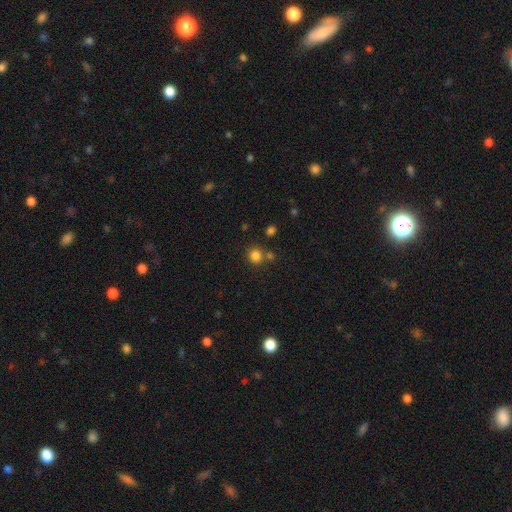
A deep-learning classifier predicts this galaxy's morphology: This is clearly a smooth galaxy (81%). How rounded: clearly round (89%). Merging: likely none (73%).